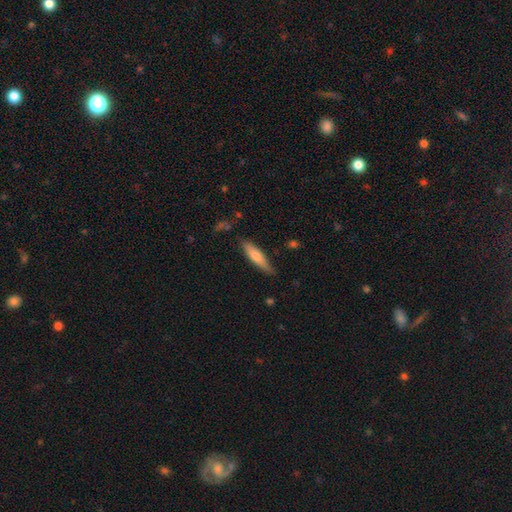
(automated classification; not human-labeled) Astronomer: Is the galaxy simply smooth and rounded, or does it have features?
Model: smooth — 63%.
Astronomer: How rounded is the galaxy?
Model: cigar-shaped — 77%.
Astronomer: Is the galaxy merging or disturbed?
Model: none — 81%.